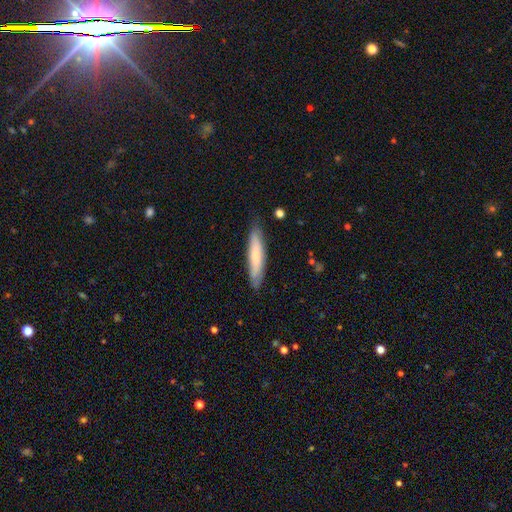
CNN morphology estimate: A smooth galaxy with no disk features (68%) that is cigar-shaped (84%).

Vote fractions:
- Smooth or featured? smooth: 68% / featured or disk: 26% / star or artifact: 6%
- How rounded? cigar-shaped: 84% / in between: 15% / round: 1%
- Merging? none: 83% / minor disturbance: 14% / major disturbance: 2% / merger: 1%